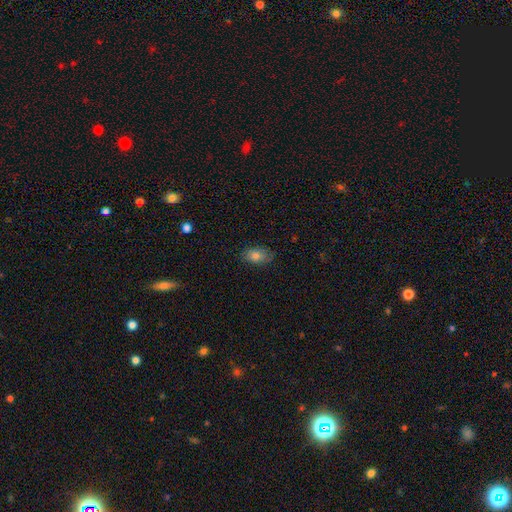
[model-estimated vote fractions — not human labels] Overall: smooth (80%). How rounded: in between (87%). Merging: none (80%).